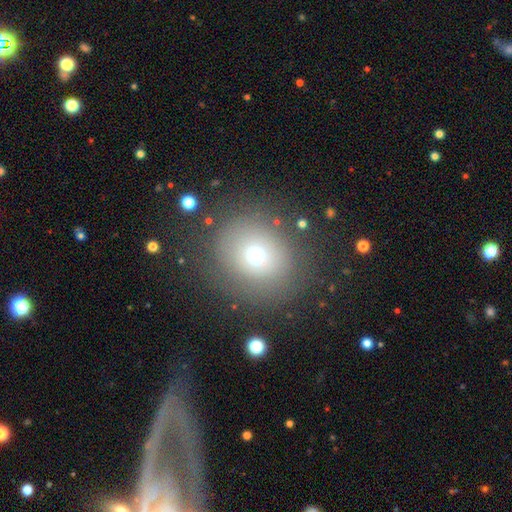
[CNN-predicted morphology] This is likely a smooth galaxy (67%). How rounded: clearly round (83%). Merging: likely none (77%).